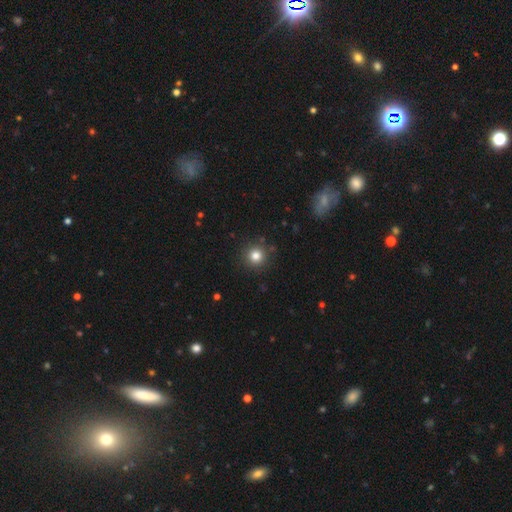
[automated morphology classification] Smooth or featured?
  - smooth: 82% *
  - star or artifact: 12%
  - featured or disk: 6%
How rounded?
  - round: 95% *
  - in between: 4%
  - cigar-shaped: 1%
Merging?
  - none: 89% *
  - minor disturbance: 7%
  - major disturbance: 2%
  - merger: 2%